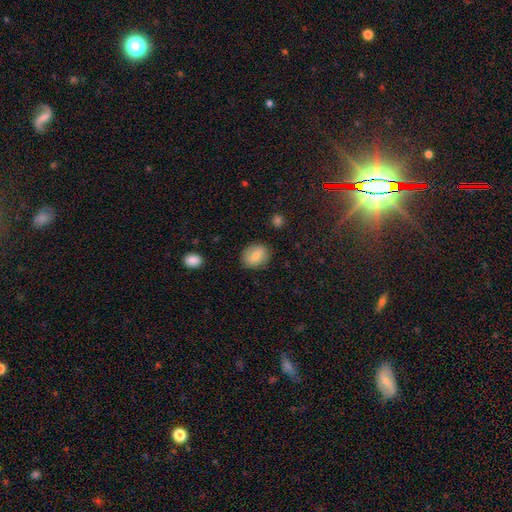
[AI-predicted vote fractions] The model was most divided on "how rounded": in between: 53%, round: 46%, cigar-shaped: 1%. More confident: merging — none (84%); smooth or featured — smooth (81%).